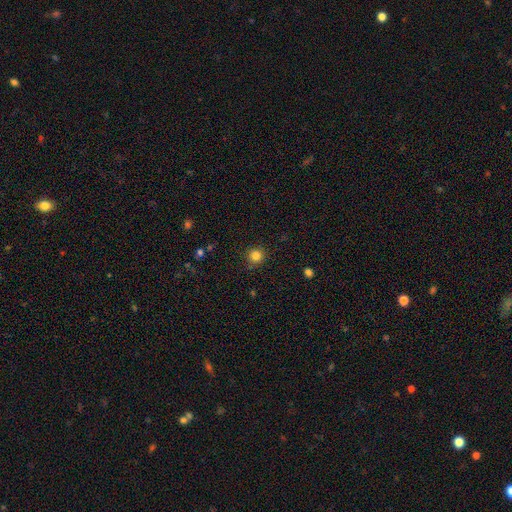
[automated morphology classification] Q: Smooth or featured?
A: smooth (83%); runner-up: star or artifact (12%)
Q: How rounded?
A: round (93%); runner-up: in between (6%)
Q: Merging?
A: none (88%); runner-up: minor disturbance (8%)